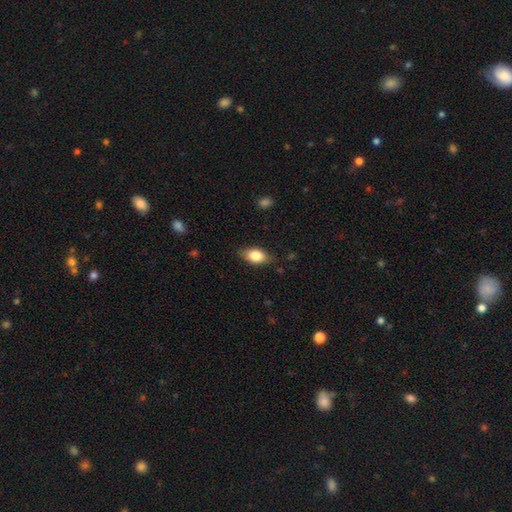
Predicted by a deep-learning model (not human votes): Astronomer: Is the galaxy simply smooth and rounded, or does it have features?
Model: smooth — 81%.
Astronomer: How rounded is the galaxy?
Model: in between — 86%.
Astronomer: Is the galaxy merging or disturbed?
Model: none — 77%.